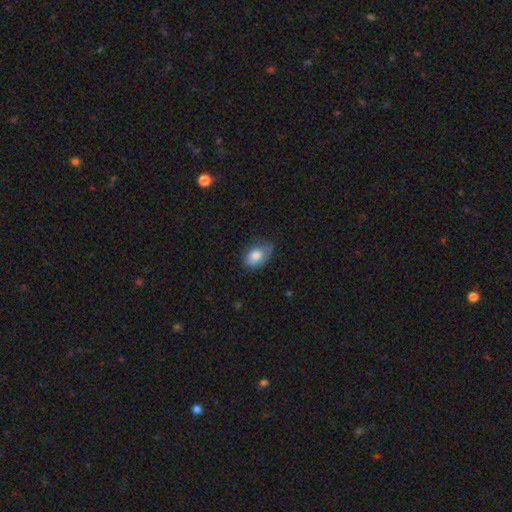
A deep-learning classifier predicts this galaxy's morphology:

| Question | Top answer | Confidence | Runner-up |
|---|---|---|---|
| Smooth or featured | smooth | 82% | featured or disk (11%) |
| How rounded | in between | 88% | round (11%) |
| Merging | none | 56% | minor disturbance (34%) |